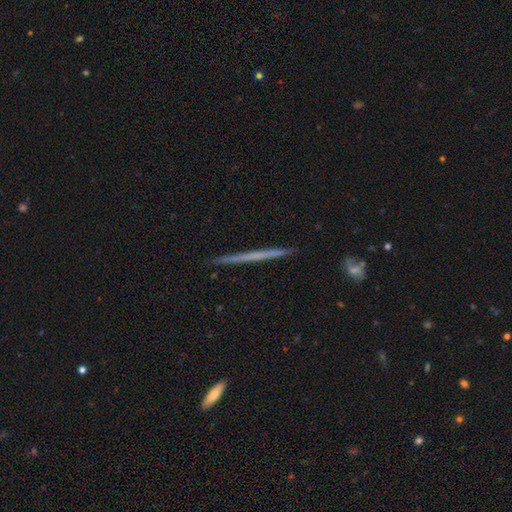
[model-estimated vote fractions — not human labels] Smooth or featured?
  - featured or disk: 54% *
  - smooth: 39%
  - star or artifact: 7%
Edge-on disk?
  - yes: 98% *
  - no: 2%
Edge-on bulge?
  - none: 93% *
  - rounded: 5%
  - boxy: 2%
Merging?
  - none: 92% *
  - minor disturbance: 6%
  - major disturbance: 1%
  - merger: 1%